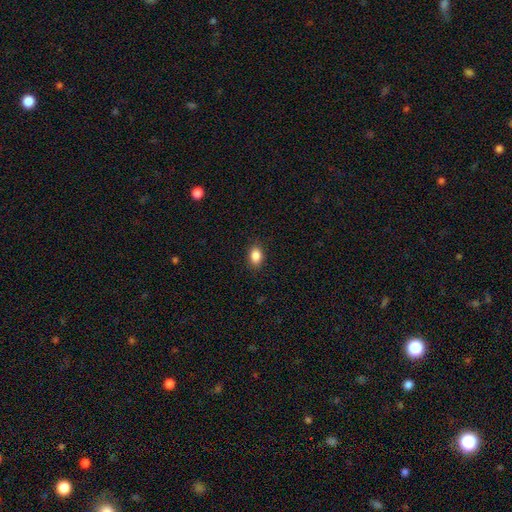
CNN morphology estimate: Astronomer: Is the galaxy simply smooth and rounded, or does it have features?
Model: smooth — 87%.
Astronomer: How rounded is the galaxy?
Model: in between — 78%.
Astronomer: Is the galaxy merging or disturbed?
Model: none — 88%.